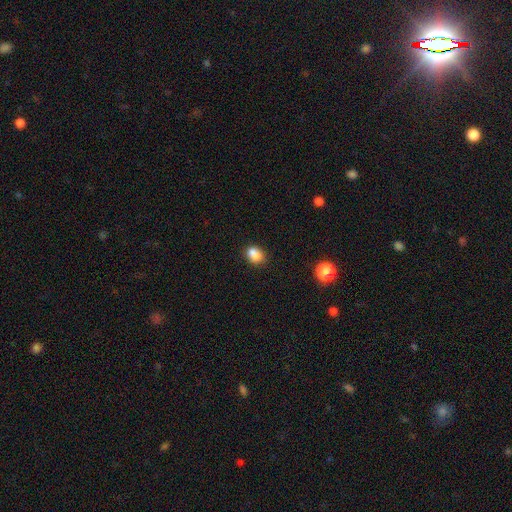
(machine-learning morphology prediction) smooth_or_featured: smooth (p=0.83) [alt: star or artifact p=0.11]
how_rounded: in between (p=0.67) [alt: round p=0.32]
merging: none (p=0.66) [alt: minor disturbance p=0.18]